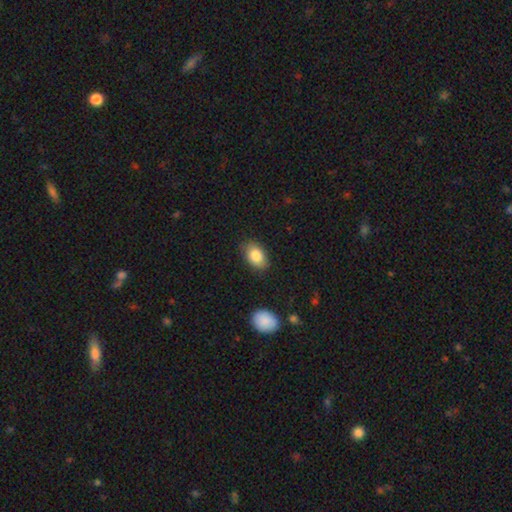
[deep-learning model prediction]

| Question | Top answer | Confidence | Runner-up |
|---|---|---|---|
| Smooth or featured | smooth | 84% | featured or disk (9%) |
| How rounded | in between | 88% | round (11%) |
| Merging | none | 82% | minor disturbance (13%) |